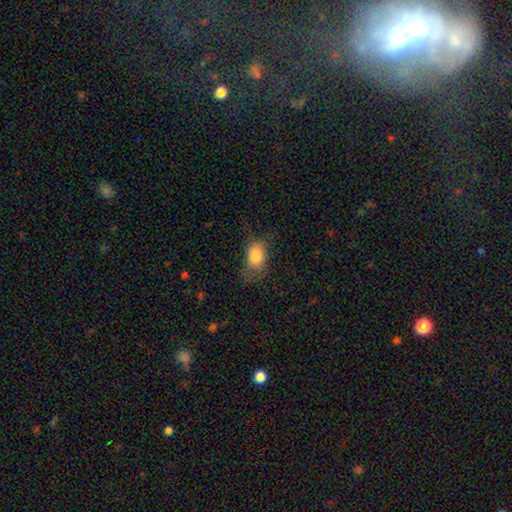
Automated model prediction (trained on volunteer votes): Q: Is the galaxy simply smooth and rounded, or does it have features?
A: smooth — 81%.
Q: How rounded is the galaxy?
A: in between — 78%.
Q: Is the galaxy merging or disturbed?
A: none — 57%.